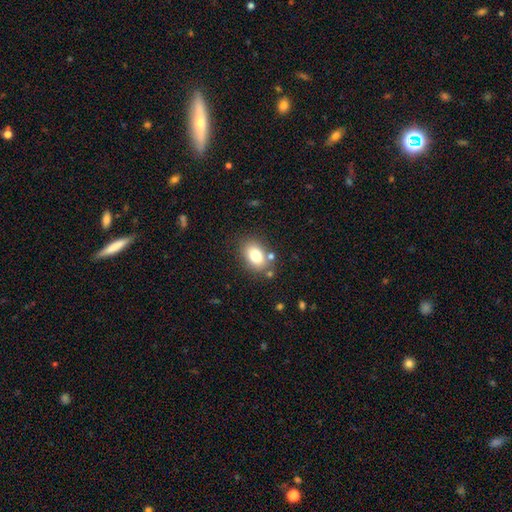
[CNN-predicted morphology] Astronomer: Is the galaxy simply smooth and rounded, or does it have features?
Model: smooth — 78%.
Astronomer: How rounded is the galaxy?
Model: in between — 77%.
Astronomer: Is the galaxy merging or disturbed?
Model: none — 77%.